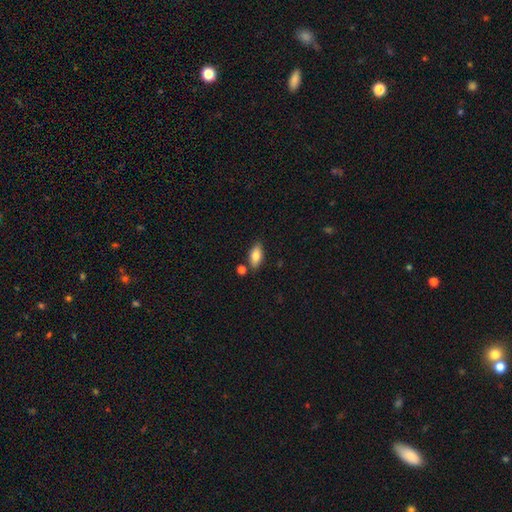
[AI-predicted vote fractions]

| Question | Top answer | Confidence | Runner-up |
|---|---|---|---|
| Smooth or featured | smooth | 81% | featured or disk (12%) |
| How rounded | in between | 87% | cigar-shaped (10%) |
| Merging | none | 79% | minor disturbance (11%) |